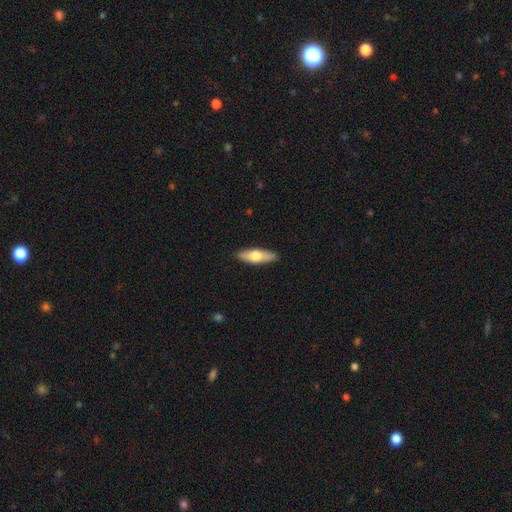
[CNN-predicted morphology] smooth-or-featured: smooth: 65% | featured or disk: 30% | star or artifact: 5%
  how-rounded: in between: 50% | cigar-shaped: 47% | round: 2%
  merging: none: 88% | minor disturbance: 9% | major disturbance: 2% | merger: 1%